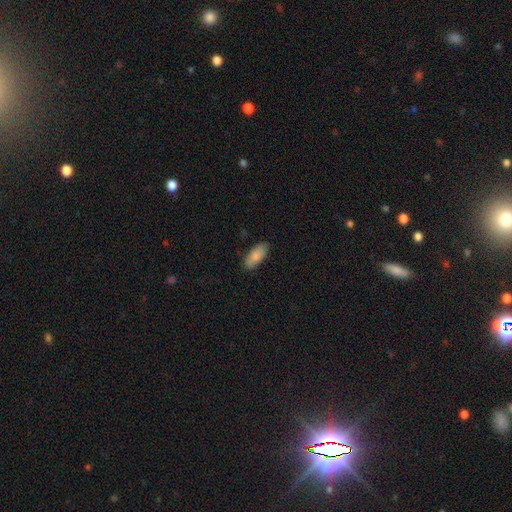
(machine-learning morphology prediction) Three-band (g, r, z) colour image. It shows a smooth galaxy with no disk features (85%) that is in between round and cigar-shaped (84%). Merging: none (85%).